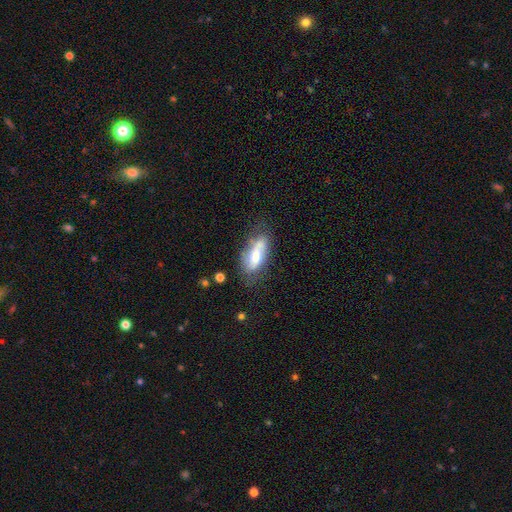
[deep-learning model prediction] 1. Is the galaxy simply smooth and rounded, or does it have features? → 51% smooth, 42% featured or disk, 7% star or artifact.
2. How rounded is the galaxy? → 76% in between, 21% cigar-shaped, 3% round.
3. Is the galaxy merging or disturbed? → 53% none, 28% minor disturbance, 11% major disturbance, 7% merger.